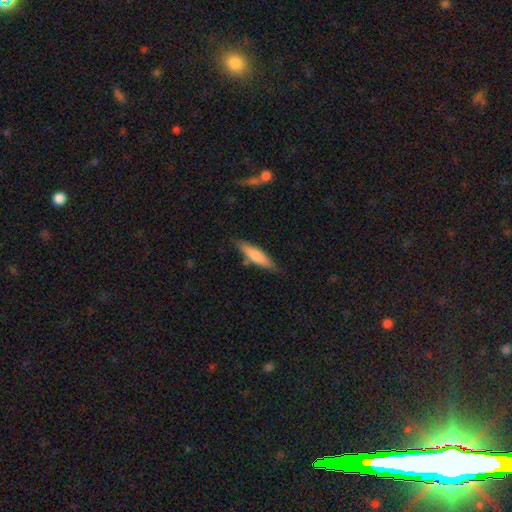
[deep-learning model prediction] smooth-or-featured: smooth: 73% | featured or disk: 21% | star or artifact: 6%
  how-rounded: cigar-shaped: 73% | in between: 25% | round: 1%
  merging: none: 77% | minor disturbance: 16% | merger: 4% | major disturbance: 3%